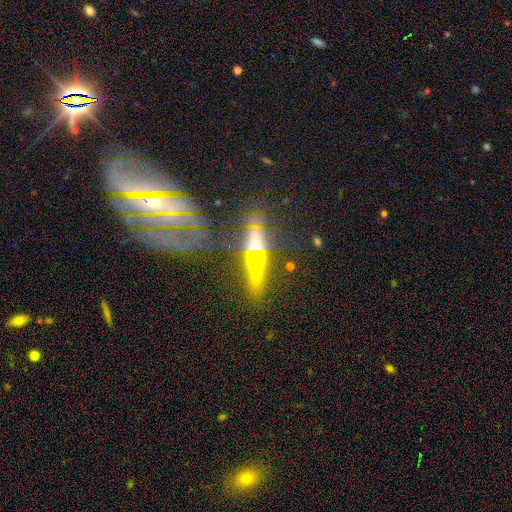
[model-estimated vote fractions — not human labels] This appears to be a featured or disk galaxy (42%). Merging: none (57%).